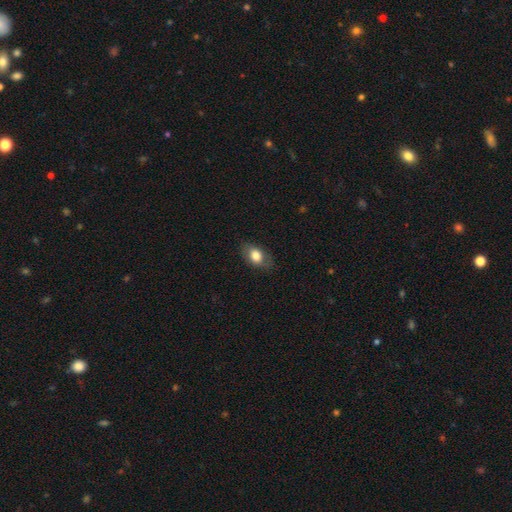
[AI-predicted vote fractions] Overall: smooth (76%). How rounded: in between (85%). Merging: none (80%).